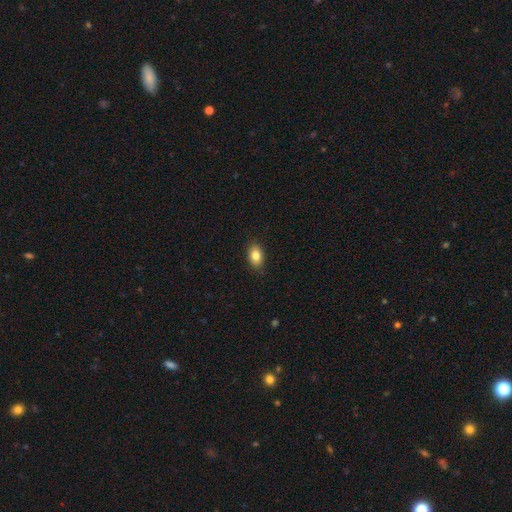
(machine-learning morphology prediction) Overall: smooth (84%). How rounded: in between (88%). Merging: none (87%).